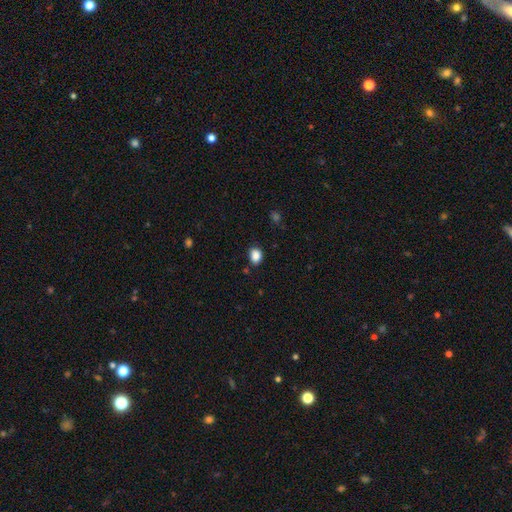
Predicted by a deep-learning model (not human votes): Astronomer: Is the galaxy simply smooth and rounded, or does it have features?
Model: smooth — 87%.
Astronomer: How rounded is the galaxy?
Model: in between — 55% (runner-up: round, 44%).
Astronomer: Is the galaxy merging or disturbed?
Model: none — 82%.